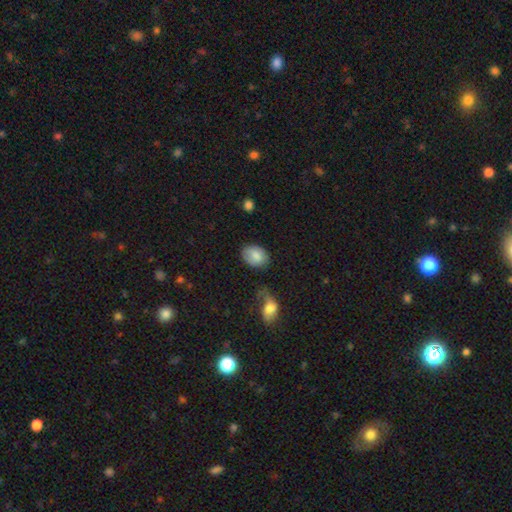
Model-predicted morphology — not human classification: Smooth or featured: smooth — 81% (featured or disk — 12%)
How rounded: in between — 76% (round — 23%)
Merging: none — 68% (minor disturbance — 21%)